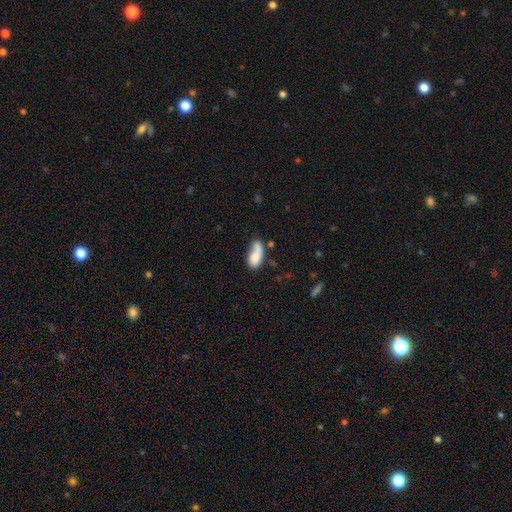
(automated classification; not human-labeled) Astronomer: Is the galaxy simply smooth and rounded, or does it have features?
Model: smooth — 76%.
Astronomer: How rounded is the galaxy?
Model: in between — 85%.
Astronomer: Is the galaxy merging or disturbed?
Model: none — 41% (runner-up: minor disturbance, 28%).